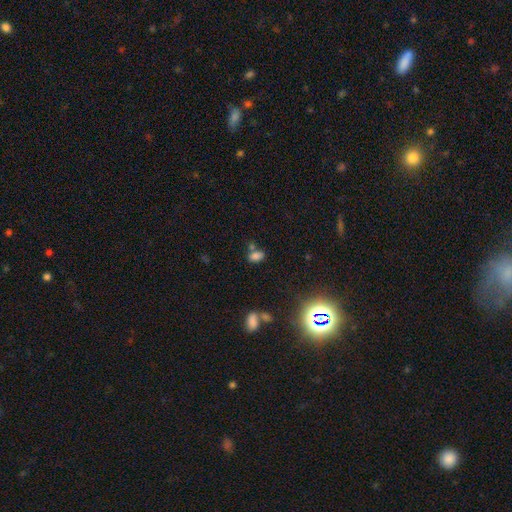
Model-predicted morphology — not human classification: Smooth or featured? Predicted: smooth (p=0.74). How rounded? Predicted: in between (p=0.87). Merging? Predicted: none (p=0.49).